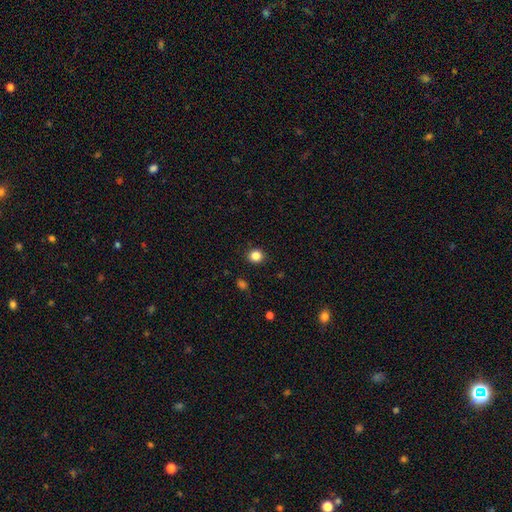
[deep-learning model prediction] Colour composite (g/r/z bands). It shows a smooth galaxy with no disk features (85%) that is round (85%). Merging: none (91%).